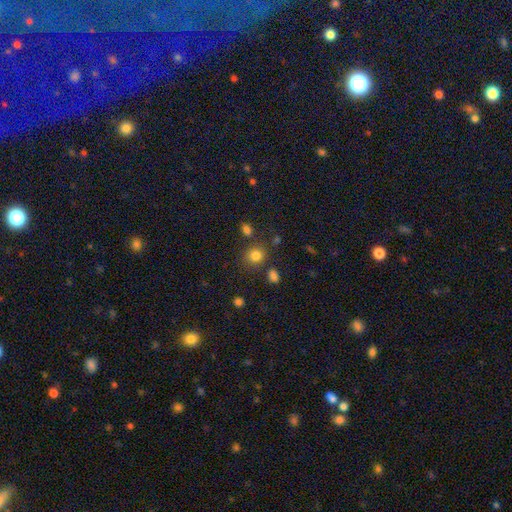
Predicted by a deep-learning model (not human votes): smooth_or_featured: smooth (p=0.80) [alt: star or artifact p=0.14]
how_rounded: round (p=0.81) [alt: in between p=0.18]
merging: none (p=0.79) [alt: minor disturbance p=0.10]